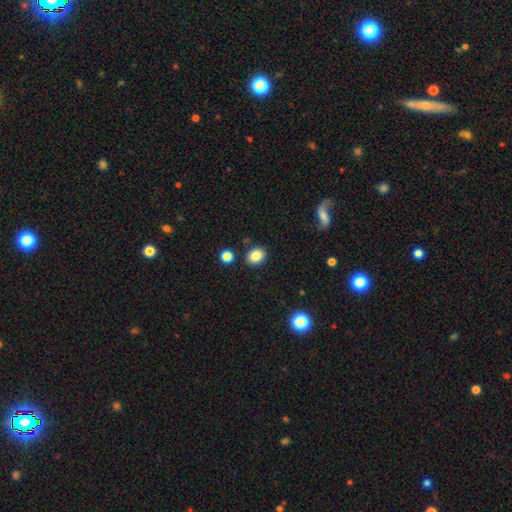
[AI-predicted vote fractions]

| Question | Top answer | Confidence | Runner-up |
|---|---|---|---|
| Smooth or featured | smooth | 85% | star or artifact (10%) |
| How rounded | round | 54% | in between (46%) |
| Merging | none | 86% | minor disturbance (8%) |